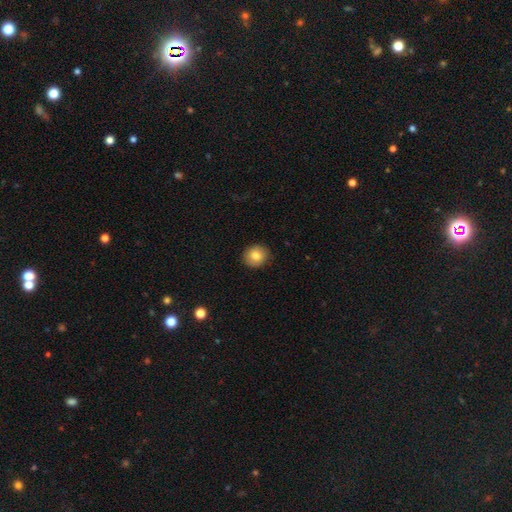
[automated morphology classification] Overall: smooth (82%). How rounded: round (85%). Merging: none (89%).